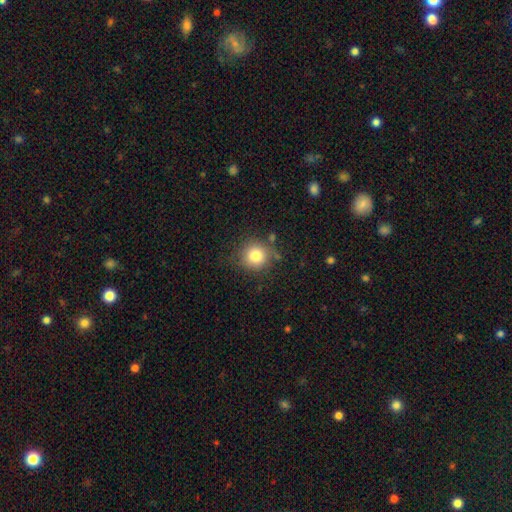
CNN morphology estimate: The model was most divided on "merging": none: 78%, minor disturbance: 14%, major disturbance: 4%, merger: 4%. More confident: how rounded — round (90%); smooth or featured — smooth (80%).